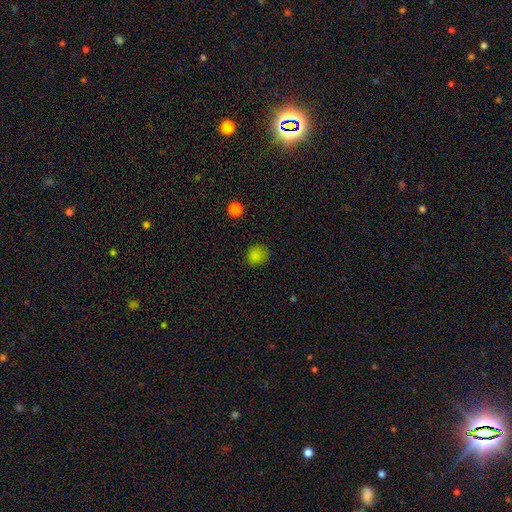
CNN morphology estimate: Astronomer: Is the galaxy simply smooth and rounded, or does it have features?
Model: smooth — 80%.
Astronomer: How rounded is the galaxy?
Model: round — 78%.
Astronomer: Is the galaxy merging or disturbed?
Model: none — 81%.